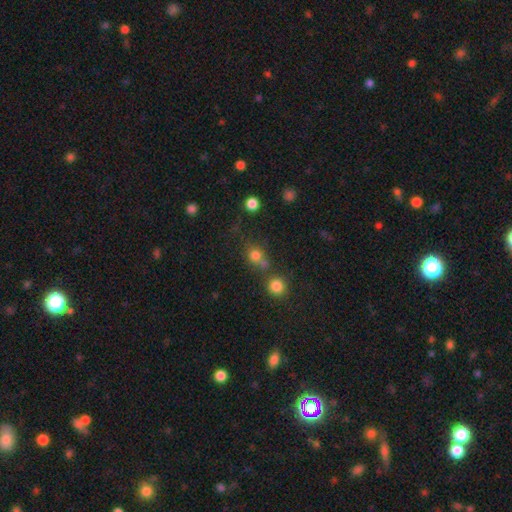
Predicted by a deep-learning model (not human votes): Smooth or featured?
  - smooth: 75% *
  - star or artifact: 17%
  - featured or disk: 8%
How rounded?
  - round: 82% *
  - in between: 17%
  - cigar-shaped: 1%
Merging?
  - none: 55% *
  - merger: 29%
  - minor disturbance: 10%
  - major disturbance: 5%